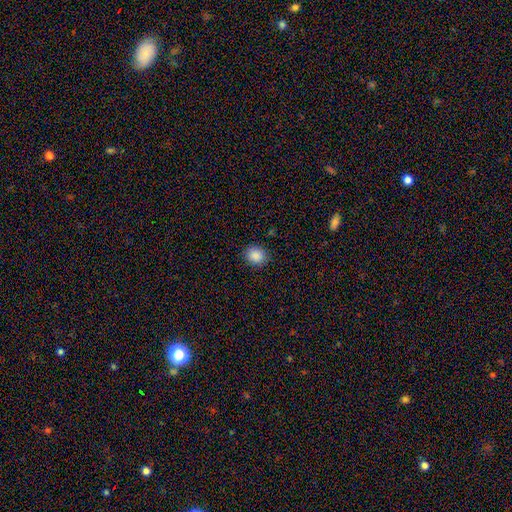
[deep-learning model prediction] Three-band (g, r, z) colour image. It shows a smooth galaxy with no disk features (88%) that is round (71%). Merging: none (89%).